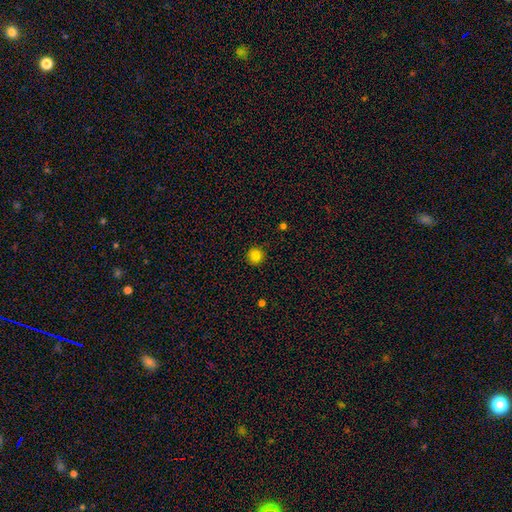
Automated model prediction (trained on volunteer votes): smooth_or_featured: smooth (p=0.84) [alt: star or artifact p=0.12]
how_rounded: round (p=0.94) [alt: in between p=0.05]
merging: none (p=0.91) [alt: minor disturbance p=0.06]